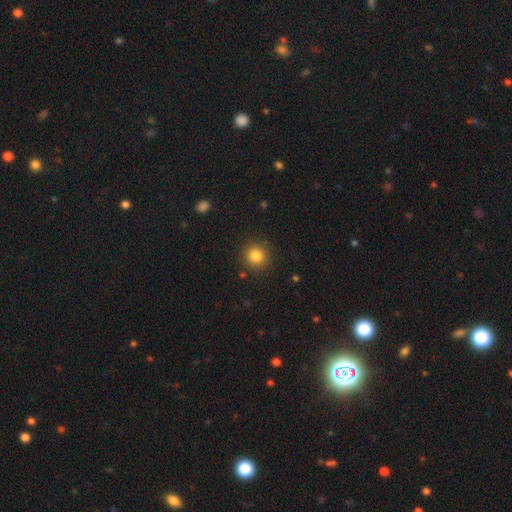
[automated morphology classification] A smooth galaxy with no disk features (84%) that is round (91%).

Vote fractions:
- Smooth or featured? smooth: 84% / star or artifact: 11% / featured or disk: 5%
- How rounded? round: 91% / in between: 8% / cigar-shaped: 1%
- Merging? none: 89% / minor disturbance: 7% / major disturbance: 3% / merger: 2%